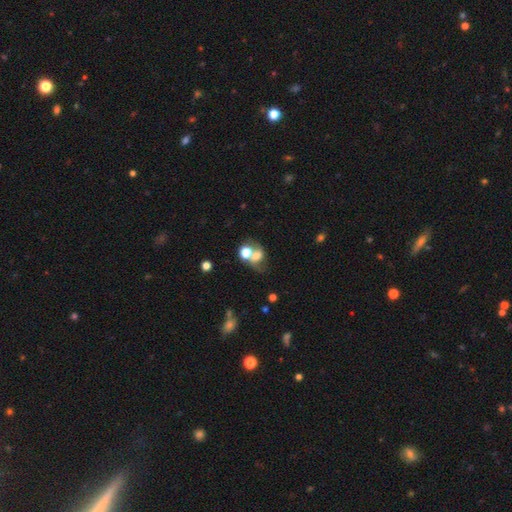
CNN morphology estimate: type=smooth (55%); roundness=round (49%, tied with in between); merging=merger (48%).